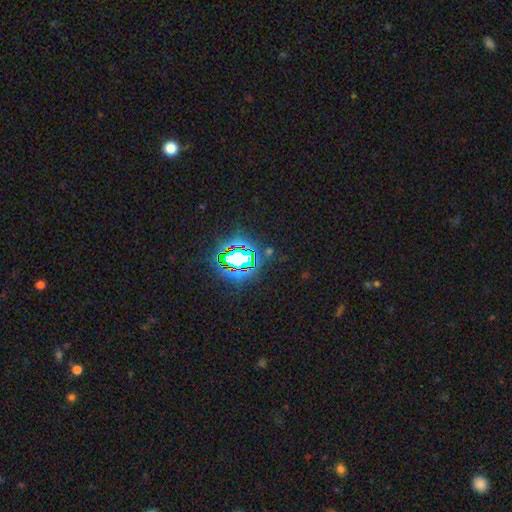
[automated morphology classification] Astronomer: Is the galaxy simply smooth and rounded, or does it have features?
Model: star or artifact — 82%.